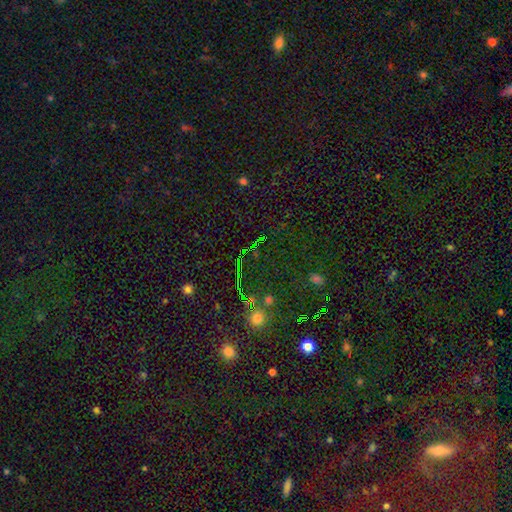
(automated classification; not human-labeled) Smooth or featured? Predicted: star or artifact (p=0.75).